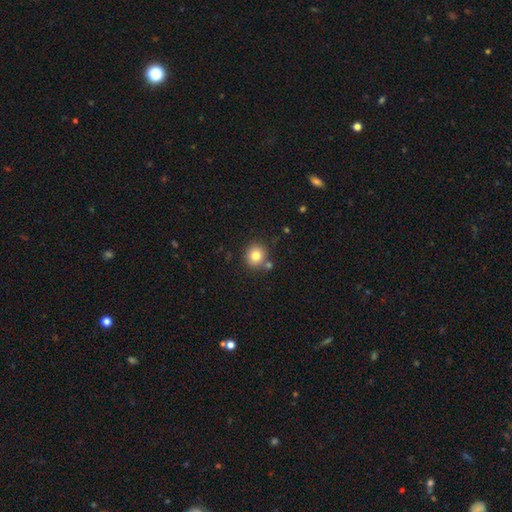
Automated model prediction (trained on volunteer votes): A smooth galaxy with no disk features (80%) that is round (87%).

Vote fractions:
- Smooth or featured? smooth: 80% / star or artifact: 11% / featured or disk: 9%
- How rounded? round: 87% / in between: 12% / cigar-shaped: 1%
- Merging? none: 78% / merger: 10% / minor disturbance: 9% / major disturbance: 3%